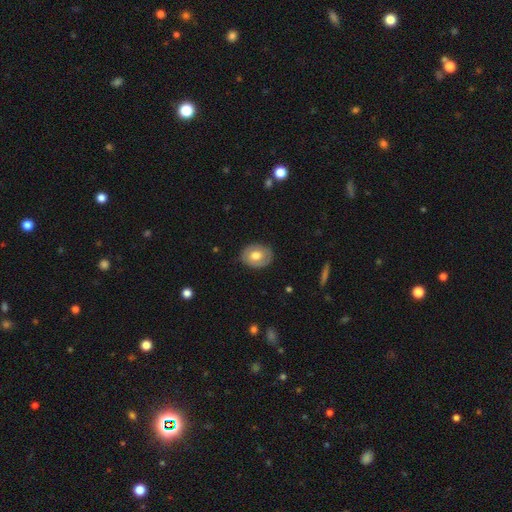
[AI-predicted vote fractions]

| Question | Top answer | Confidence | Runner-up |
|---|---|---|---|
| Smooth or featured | smooth | 65% | featured or disk (28%) |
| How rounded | in between | 59% | round (41%) |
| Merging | none | 83% | minor disturbance (13%) |